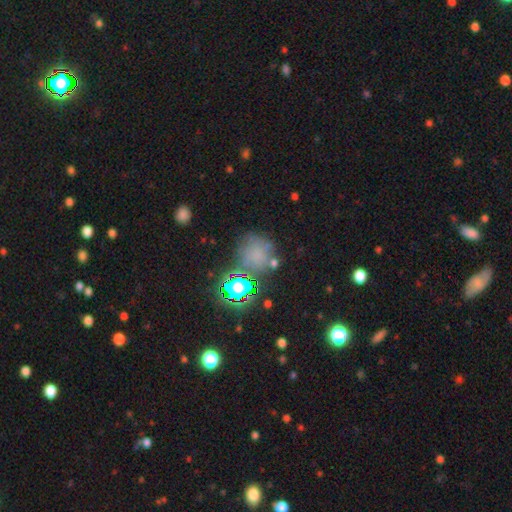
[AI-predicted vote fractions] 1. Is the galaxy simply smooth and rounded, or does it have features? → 51% smooth, 38% star or artifact, 11% featured or disk.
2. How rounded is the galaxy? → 84% round, 15% in between, 1% cigar-shaped.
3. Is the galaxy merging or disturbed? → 64% none, 18% minor disturbance, 10% merger, 9% major disturbance.